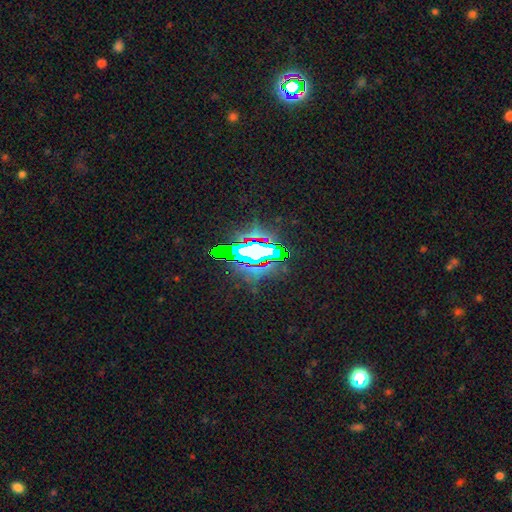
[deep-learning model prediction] Overall: star or artifact (67%).